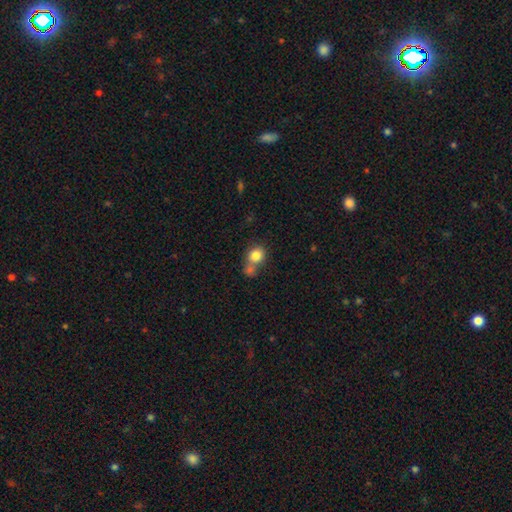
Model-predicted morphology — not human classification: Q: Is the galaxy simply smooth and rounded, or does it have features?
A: smooth — 81%.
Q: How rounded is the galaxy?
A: round — 71%.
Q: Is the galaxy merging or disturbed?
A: merger — 47%.